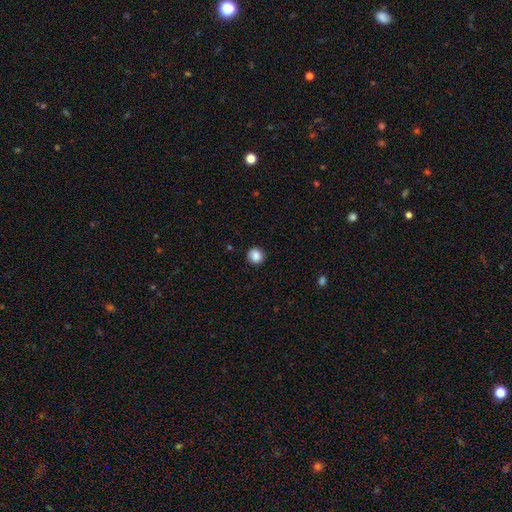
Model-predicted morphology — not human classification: Smooth or featured? Predicted: smooth (p=0.86). How rounded? Predicted: round (p=0.86). Merging? Predicted: none (p=0.87).